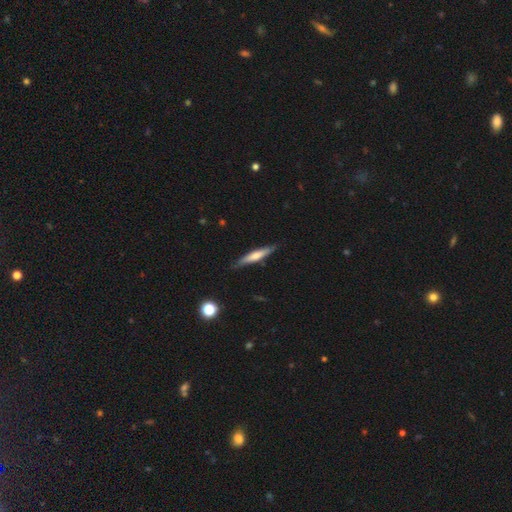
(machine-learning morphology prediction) Smooth or featured? Predicted: smooth (p=0.56). How rounded? Predicted: cigar-shaped (p=0.89). Merging? Predicted: none (p=0.84).